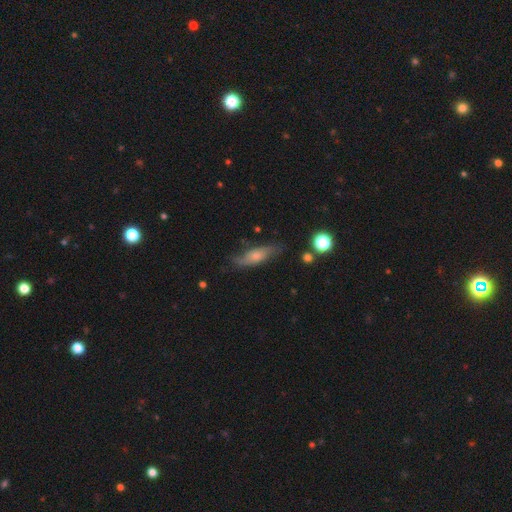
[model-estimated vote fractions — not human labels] Smooth or featured?
  - featured or disk: 48% *
  - smooth: 44%
  - star or artifact: 8%
Merging?
  - none: 66% *
  - minor disturbance: 24%
  - major disturbance: 8%
  - merger: 2%